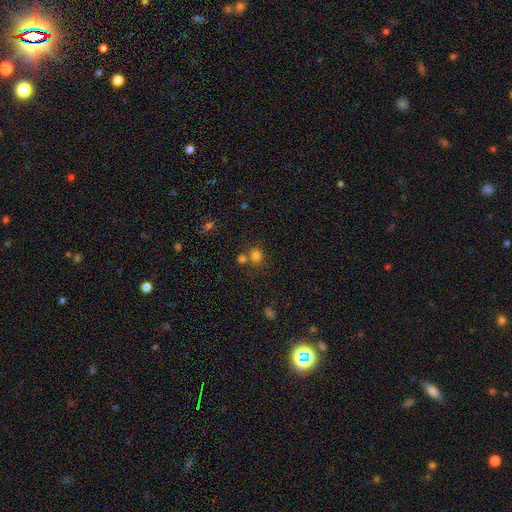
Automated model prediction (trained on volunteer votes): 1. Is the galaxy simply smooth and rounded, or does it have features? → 77% smooth, 16% star or artifact, 7% featured or disk.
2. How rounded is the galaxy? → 80% round, 19% in between, 1% cigar-shaped.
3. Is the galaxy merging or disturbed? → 62% none, 26% merger, 9% minor disturbance, 3% major disturbance.